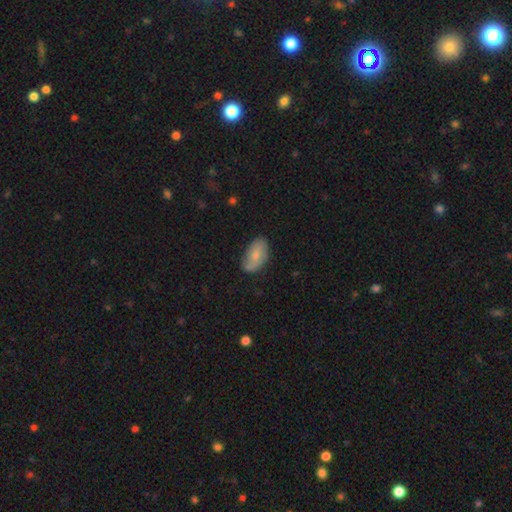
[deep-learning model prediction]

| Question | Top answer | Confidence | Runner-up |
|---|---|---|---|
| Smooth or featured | smooth | 64% | featured or disk (29%) |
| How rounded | in between | 93% | round (5%) |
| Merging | none | 68% | minor disturbance (25%) |